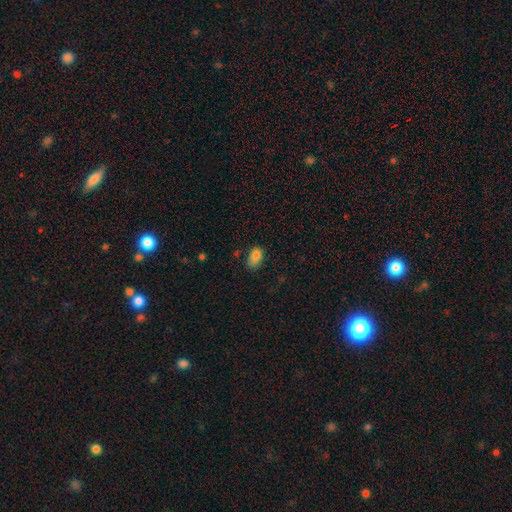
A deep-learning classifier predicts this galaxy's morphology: A smooth galaxy with no disk features (83%) that is in between round and cigar-shaped (87%).

Vote fractions:
- Smooth or featured? smooth: 83% / star or artifact: 11% / featured or disk: 6%
- How rounded? in between: 87% / round: 11% / cigar-shaped: 2%
- Merging? none: 61% / minor disturbance: 29% / major disturbance: 7% / merger: 3%